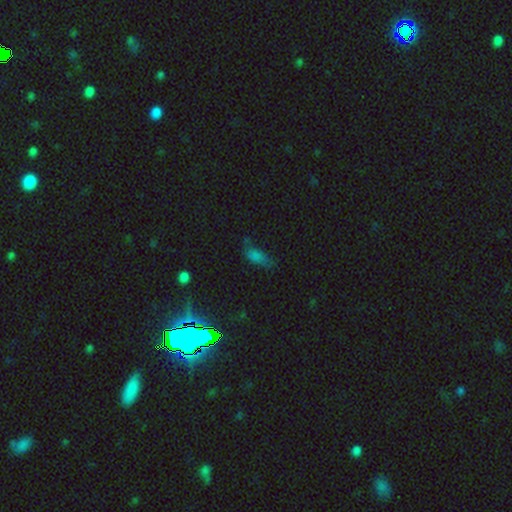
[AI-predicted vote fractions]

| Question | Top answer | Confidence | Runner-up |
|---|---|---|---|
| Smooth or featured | smooth | 58% | star or artifact (28%) |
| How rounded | in between | 74% | cigar-shaped (19%) |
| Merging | none | 51% | minor disturbance (29%) |